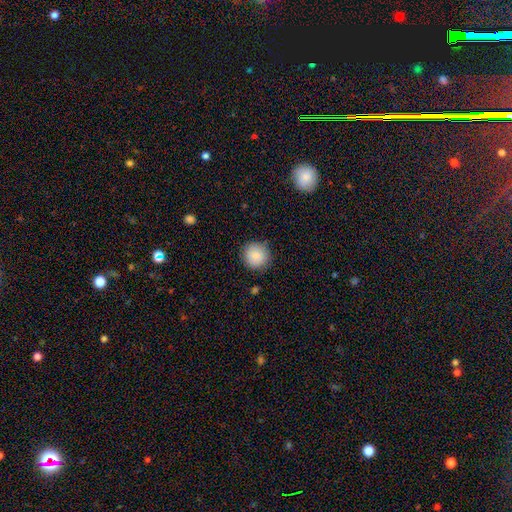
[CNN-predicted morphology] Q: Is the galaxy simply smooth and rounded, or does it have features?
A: smooth — 86%.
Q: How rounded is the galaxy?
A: round — 94%.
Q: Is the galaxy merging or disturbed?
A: none — 87%.